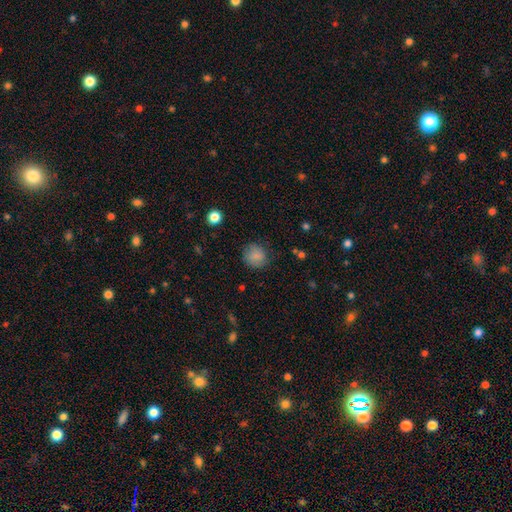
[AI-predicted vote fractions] A smooth galaxy with no disk features (85%) that is round (86%). Merging: none (81%).